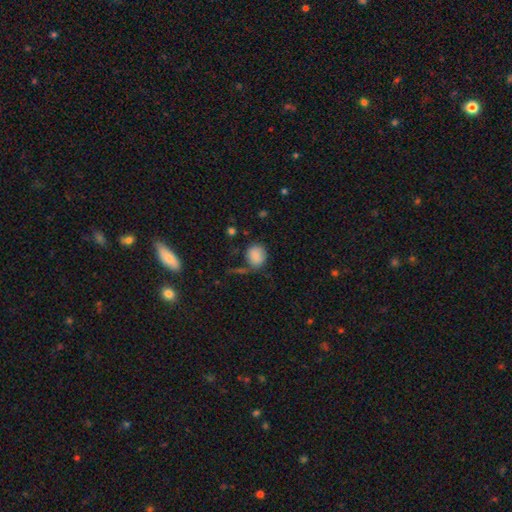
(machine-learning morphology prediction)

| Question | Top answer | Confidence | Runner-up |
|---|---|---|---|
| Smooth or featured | smooth | 86% | star or artifact (9%) |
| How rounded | round | 63% | in between (35%) |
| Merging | none | 61% | minor disturbance (20%) |